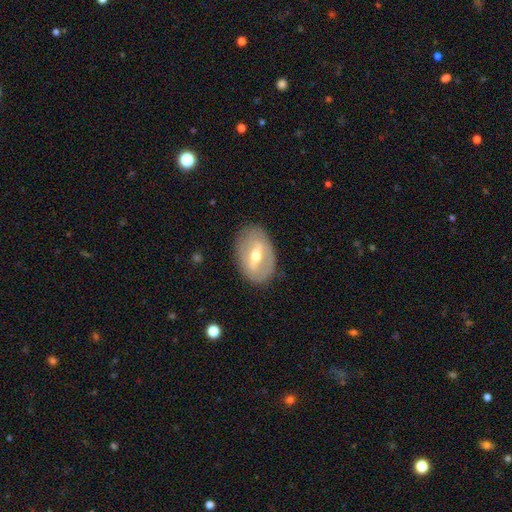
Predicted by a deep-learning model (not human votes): A featured or disk galaxy (62%) with a strong bar (52%), no spiral arms (73%) and a moderate central bulge (65%).

Vote fractions:
- Smooth or featured? featured or disk: 62% / smooth: 32% / star or artifact: 7%
- Edge-on disk? no: 88% / yes: 12%
- Bar? strong: 52% / weak: 36% / no: 12%
- Spiral arms? no: 73% / yes: 27%
- Bulge size? moderate: 65% / small: 28% / large: 5% / none: 1% / dominant: 1%
- Merging? none: 82% / minor disturbance: 12% / major disturbance: 4% / merger: 1%